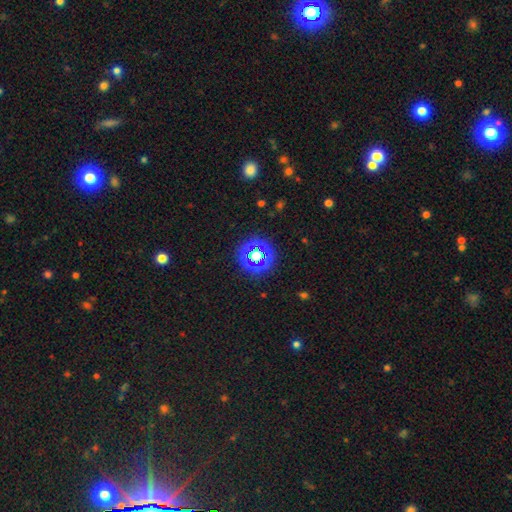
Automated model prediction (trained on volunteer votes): A star or artifact, not a galaxy (64%).